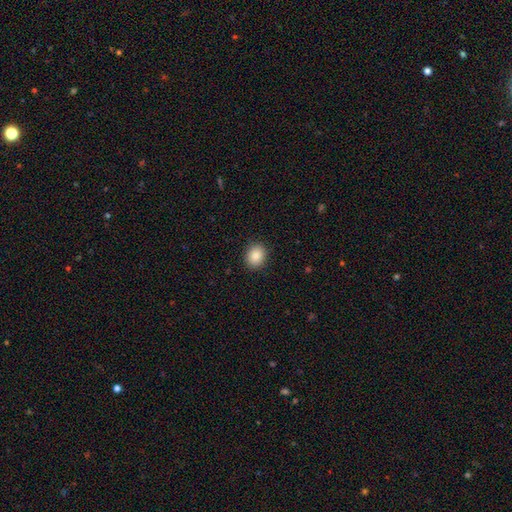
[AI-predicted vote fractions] A smooth galaxy with no disk features (87%) that is round (55%).

Vote fractions:
- Smooth or featured? smooth: 87% / star or artifact: 8% / featured or disk: 4%
- How rounded? round: 55% / in between: 44% / cigar-shaped: 1%
- Merging? none: 90% / minor disturbance: 7% / major disturbance: 2% / merger: 1%